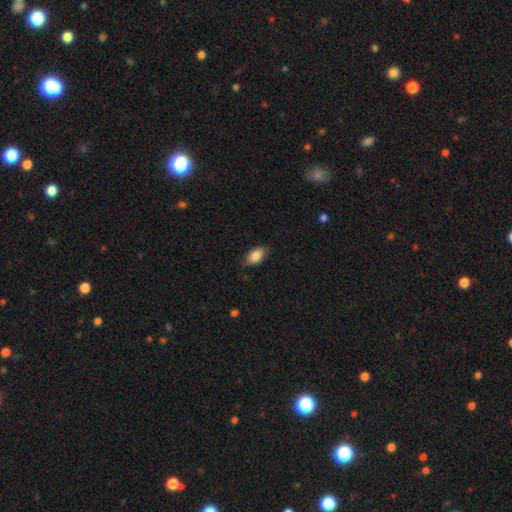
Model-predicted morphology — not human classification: The model was most divided on "merging": none: 79%, minor disturbance: 17%, major disturbance: 3%, merger: 1%. More confident: how rounded — in between (89%); smooth or featured — smooth (85%).